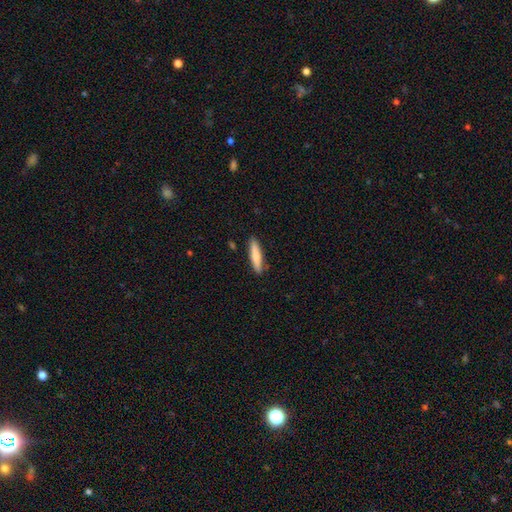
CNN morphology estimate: Overall: smooth (75%). How rounded: cigar-shaped (82%). Merging: none (87%).